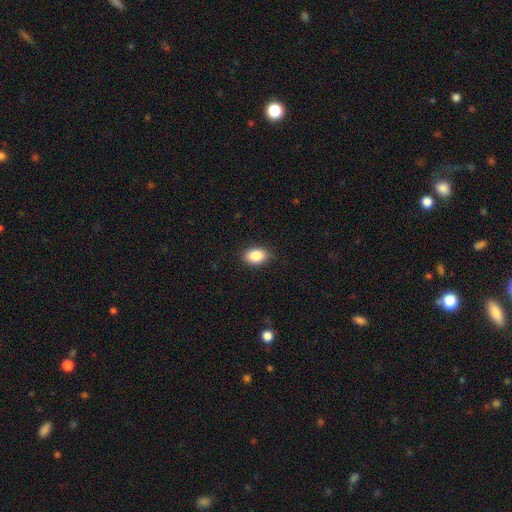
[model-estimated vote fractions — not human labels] Smooth or featured? Predicted: smooth (p=0.88). How rounded? Predicted: in between (p=0.86). Merging? Predicted: none (p=0.87).